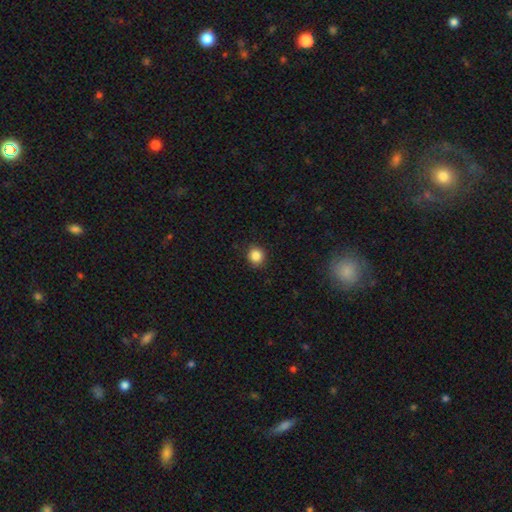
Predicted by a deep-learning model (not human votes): This appears to be a smooth galaxy with no disk features (86%) that is round (89%). Merging: none (89%).